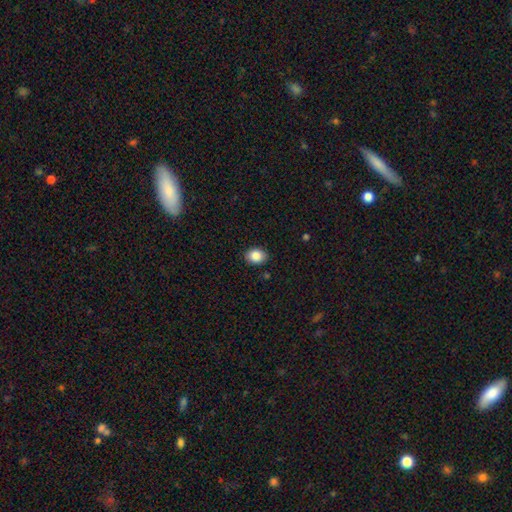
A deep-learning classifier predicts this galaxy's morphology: Overall: smooth (87%). How rounded: in between (63%; round 36%). Merging: none (88%).